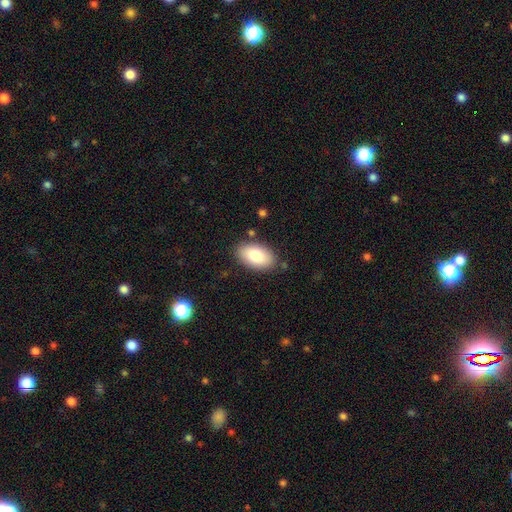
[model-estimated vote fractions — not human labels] Smooth or featured? smooth (83%)
How rounded? in between (94%)
Merging? none (84%)